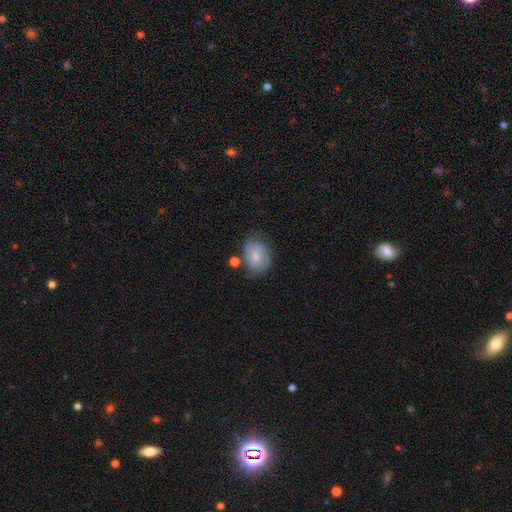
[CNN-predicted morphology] This appears to be a smooth galaxy with no disk features (62%) that is in between round and cigar-shaped (58%). Merging: none (56%).